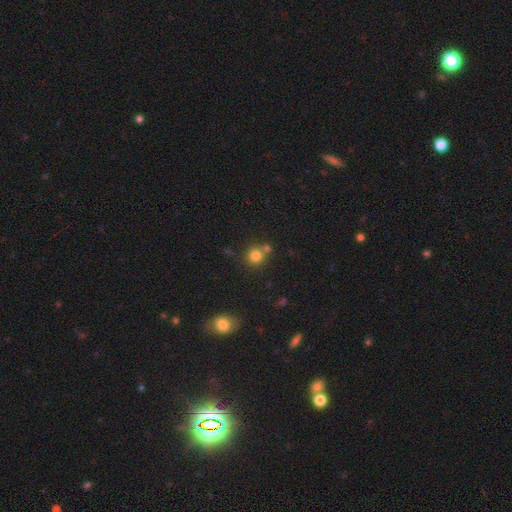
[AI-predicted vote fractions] This is likely a smooth galaxy (80%). How rounded: clearly round (90%). Merging: likely none (64%).